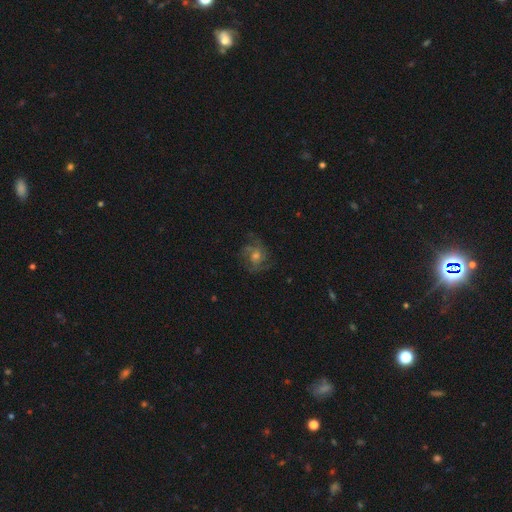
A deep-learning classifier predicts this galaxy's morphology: featured or disk 68%, smooth 17%, star or artifact 15%. Down the decision tree: edge-on disk — no (97%); bar — no (69%); spiral arms — yes (92%); spiral arm count — 3 (34%); spiral winding — medium (48%); bulge size — moderate (58%); merging — none (73%).